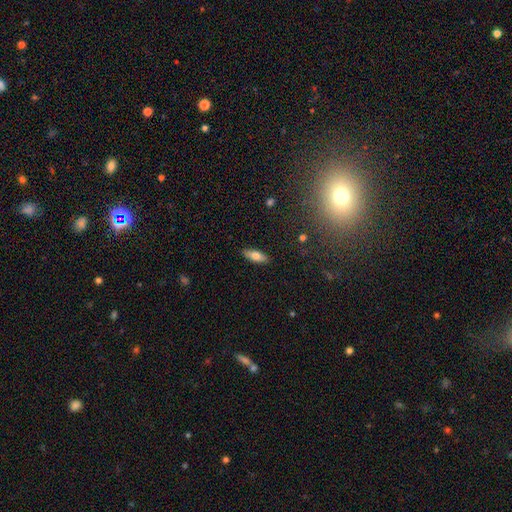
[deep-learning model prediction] Smooth or featured? Predicted: smooth (p=0.72). How rounded? Predicted: in between (p=0.72). Merging? Predicted: none (p=0.88).